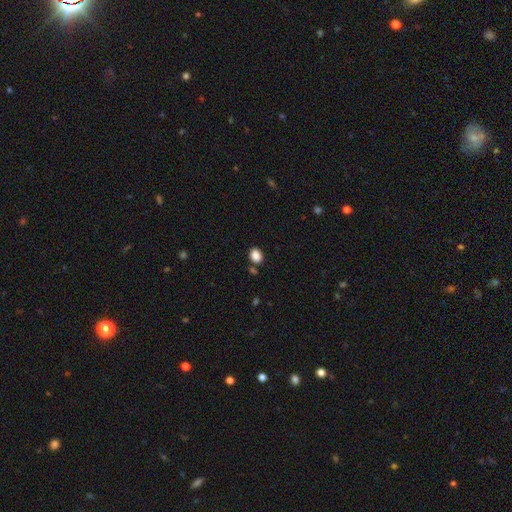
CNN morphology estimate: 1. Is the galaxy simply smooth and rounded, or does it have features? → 87% smooth, 10% star or artifact, 3% featured or disk.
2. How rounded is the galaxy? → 62% in between, 37% round, 1% cigar-shaped.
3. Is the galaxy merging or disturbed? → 79% none, 11% minor disturbance, 7% merger, 3% major disturbance.